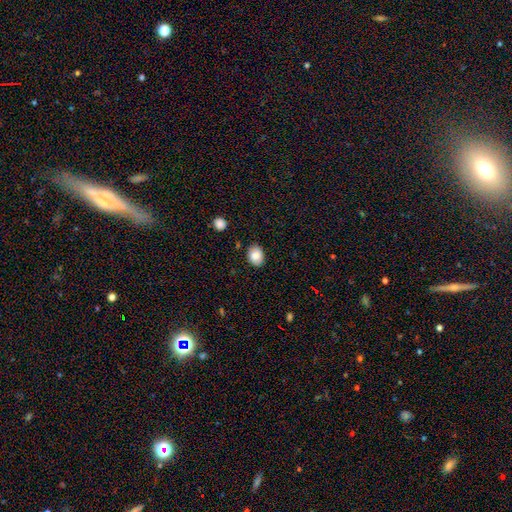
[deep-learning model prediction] smooth-or-featured: smooth: 84% | star or artifact: 8% | featured or disk: 8%
  how-rounded: in between: 66% | round: 33% | cigar-shaped: 1%
  merging: none: 85% | minor disturbance: 10% | major disturbance: 2% | merger: 2%